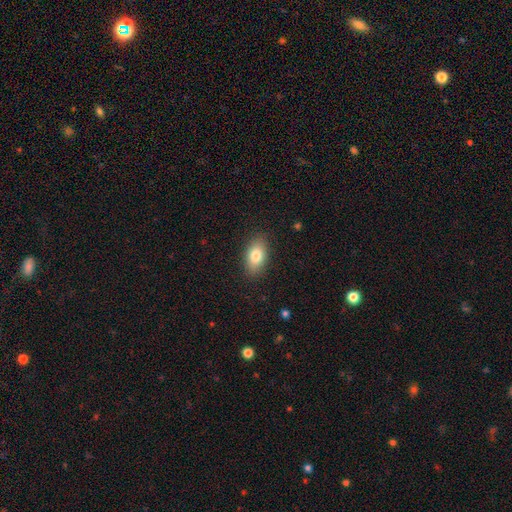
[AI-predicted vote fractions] Q: Smooth or featured?
A: smooth (81%); runner-up: featured or disk (12%)
Q: How rounded?
A: in between (89%); runner-up: round (7%)
Q: Merging?
A: none (87%); runner-up: minor disturbance (9%)